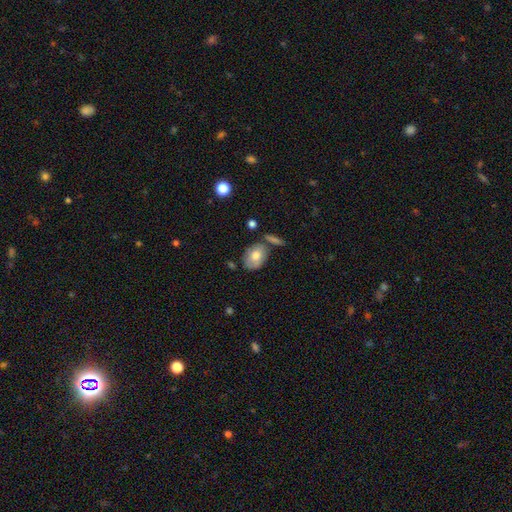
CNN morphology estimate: Smooth or featured? Predicted: smooth (p=0.71). How rounded? Predicted: in between (p=0.76). Merging? Predicted: none (p=0.62).